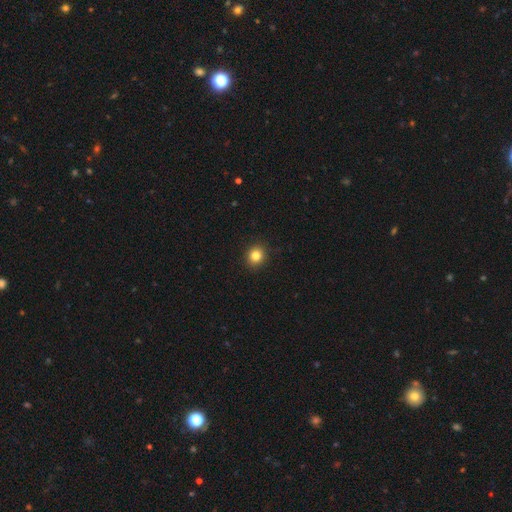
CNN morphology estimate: A smooth galaxy with no disk features (82%) that is round (80%). Merging: none (92%).